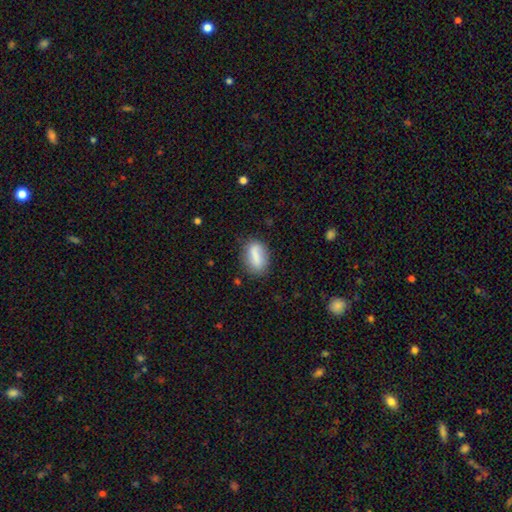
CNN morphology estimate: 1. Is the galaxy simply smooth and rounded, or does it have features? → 78% smooth, 15% featured or disk, 8% star or artifact.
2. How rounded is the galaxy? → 81% in between, 10% cigar-shaped, 9% round.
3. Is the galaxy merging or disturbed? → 74% none, 18% minor disturbance, 5% major disturbance, 3% merger.